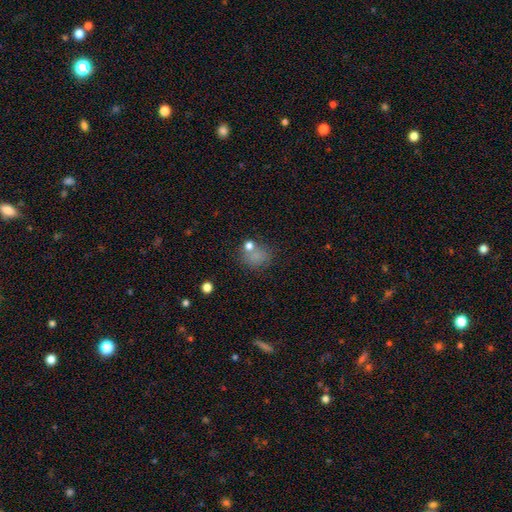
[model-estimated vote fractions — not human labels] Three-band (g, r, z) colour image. It shows a smooth galaxy with no disk features (70%) that is round (66%). Merging: none (60%).